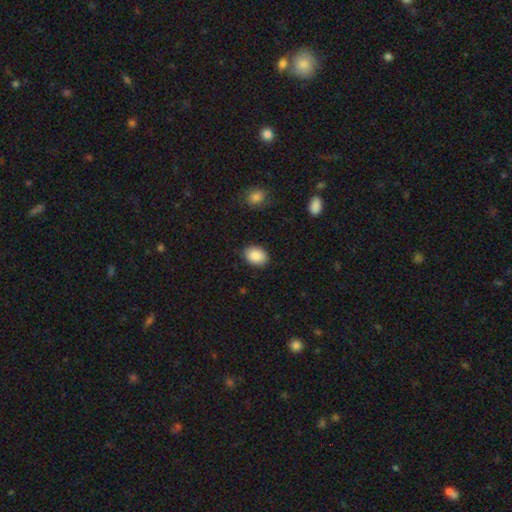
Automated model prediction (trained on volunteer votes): A smooth galaxy with no disk features (89%) that is in between round and cigar-shaped (71%).

Vote fractions:
- Smooth or featured? smooth: 89% / star or artifact: 7% / featured or disk: 4%
- How rounded? in between: 71% / round: 28% / cigar-shaped: 1%
- Merging? none: 87% / minor disturbance: 10% / major disturbance: 2% / merger: 1%